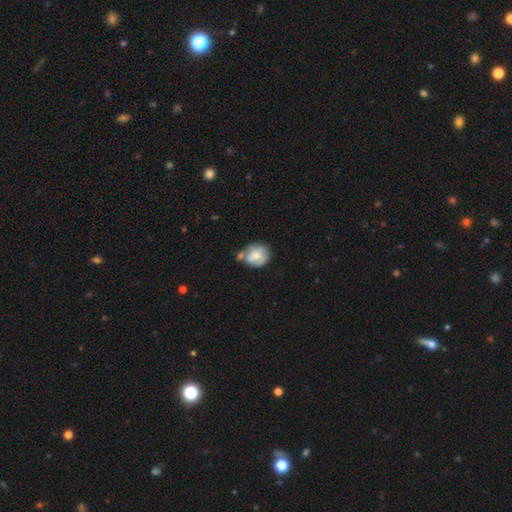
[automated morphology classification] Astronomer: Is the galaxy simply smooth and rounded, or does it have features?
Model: smooth — 67%.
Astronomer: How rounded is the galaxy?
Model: round — 70%.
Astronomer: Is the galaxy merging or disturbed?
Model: none — 40% (runner-up: minor disturbance, 27%).